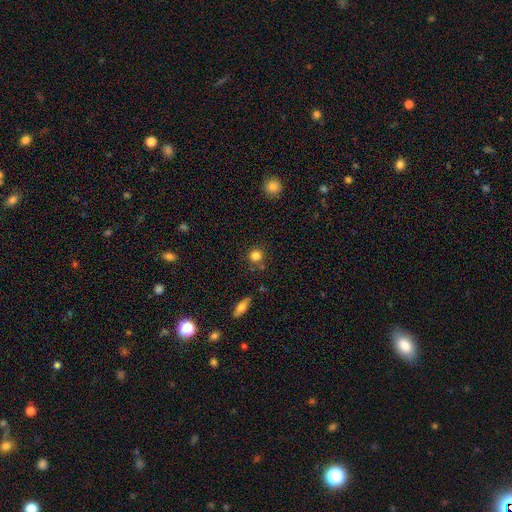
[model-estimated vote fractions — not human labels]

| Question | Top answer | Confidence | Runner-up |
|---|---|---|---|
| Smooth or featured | smooth | 83% | star or artifact (11%) |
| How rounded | round | 91% | in between (8%) |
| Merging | none | 80% | minor disturbance (10%) |